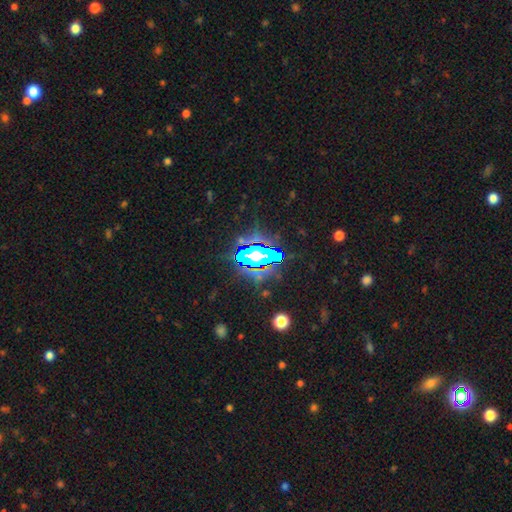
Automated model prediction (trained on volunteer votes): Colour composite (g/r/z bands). It shows a star or artifact, not a galaxy (61%).